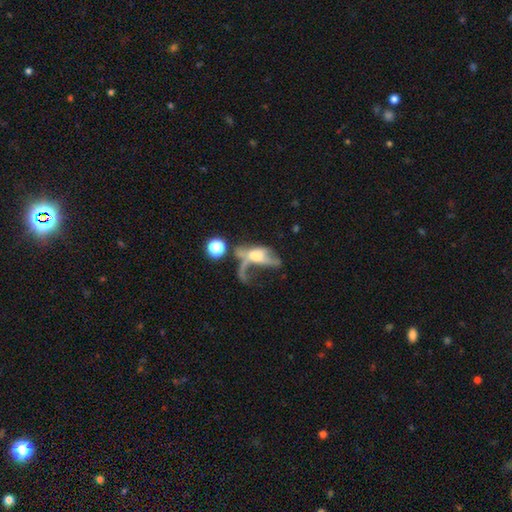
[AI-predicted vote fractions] This is possibly a featured or disk galaxy (51%). It is clearly not viewed edge-on (85%). Merging: marginally major disturbance (44%).